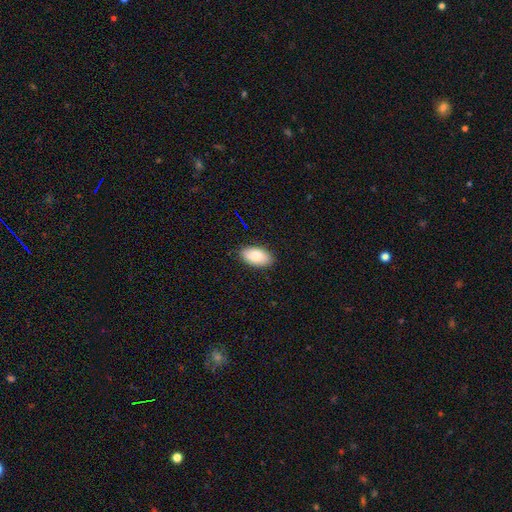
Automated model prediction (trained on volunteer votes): Smooth or featured? Predicted: smooth (p=0.82). How rounded? Predicted: in between (p=0.94). Merging? Predicted: none (p=0.87).